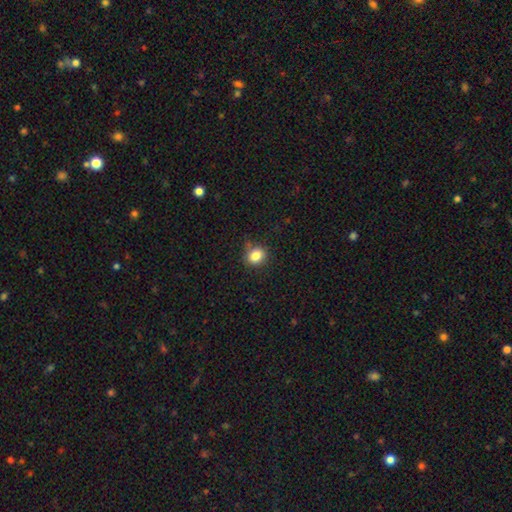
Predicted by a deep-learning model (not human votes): Morphology: type=smooth (84%); roundness=round (65%); merging=none (80%).